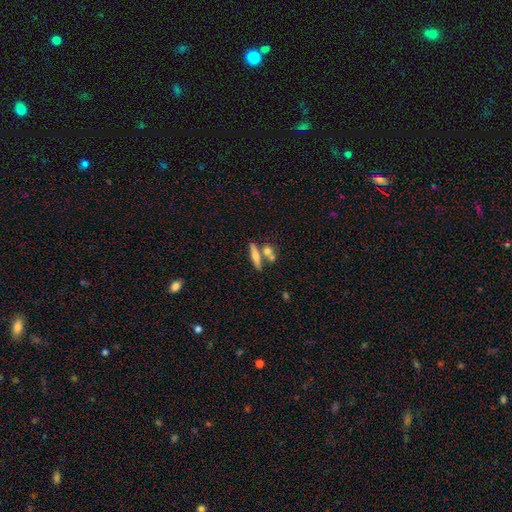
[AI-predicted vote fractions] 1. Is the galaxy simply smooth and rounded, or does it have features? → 50% smooth, 42% featured or disk, 8% star or artifact.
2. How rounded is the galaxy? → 70% cigar-shaped, 25% in between, 6% round.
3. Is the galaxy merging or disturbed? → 60% none, 27% merger, 10% minor disturbance, 4% major disturbance.